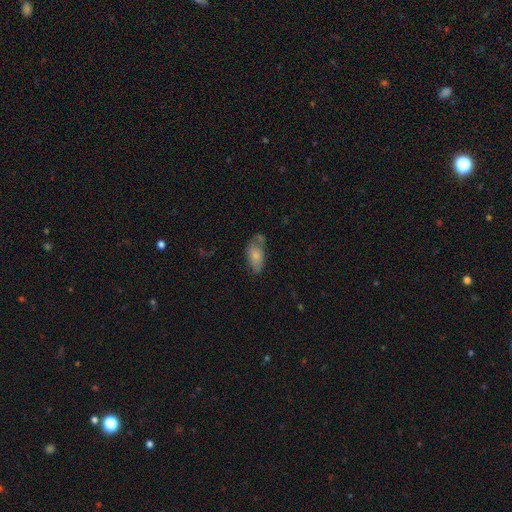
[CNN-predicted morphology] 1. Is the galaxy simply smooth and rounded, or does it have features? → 71% smooth, 22% featured or disk, 8% star or artifact.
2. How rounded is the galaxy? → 91% in between, 5% cigar-shaped, 4% round.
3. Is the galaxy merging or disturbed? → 43% none, 31% minor disturbance, 14% major disturbance, 12% merger.